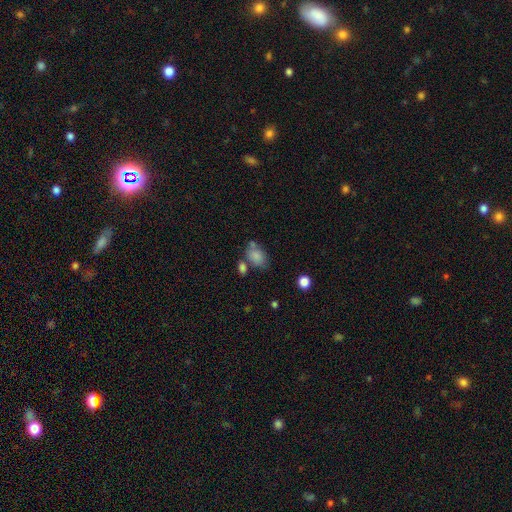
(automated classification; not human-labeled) Smooth or featured: smooth — 82% (star or artifact — 9%)
How rounded: in between — 80% (round — 19%)
Merging: none — 50% (merger — 23%)